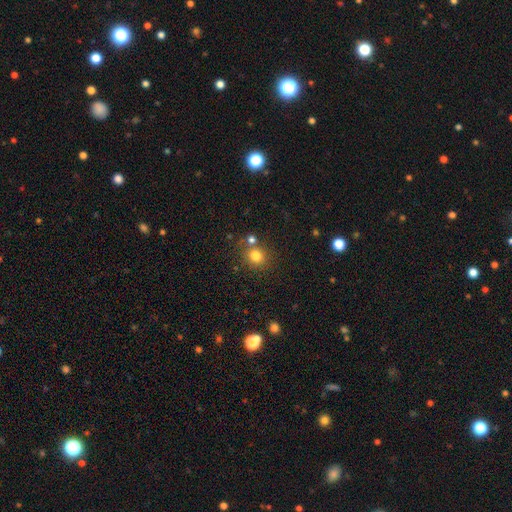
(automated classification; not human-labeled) This appears to be a smooth galaxy with no disk features (79%) that is round (81%). Merging: none (69%).